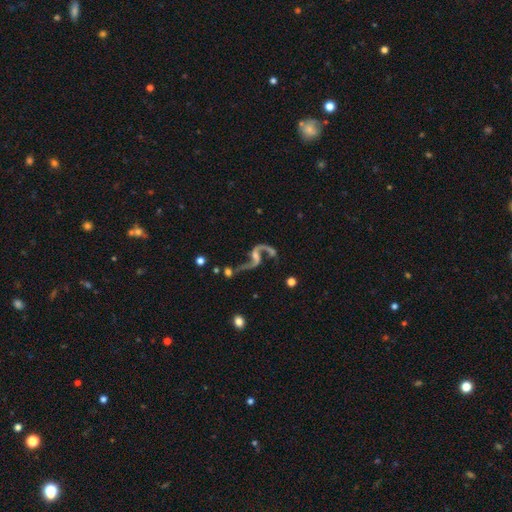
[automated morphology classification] smooth-or-featured: featured or disk: 89% | star or artifact: 6% | smooth: 5%
  disk-edge-on: no: 96% | yes: 4%
    bar: no: 42% | weak: 41% | strong: 17%
    has-spiral-arms: yes: 95% | no: 5%
      spiral-winding: loose: 90% | medium: 8% | tight: 2%
      spiral-arm-count: 2: 91% | 1: 5% | can't tell: 1% | 3: 1% | 4: 1% | more than 4: 1%
    bulge-size: small: 41% | none: 29% | moderate: 24% | large: 4% | dominant: 2%
  merging: none: 49% | major disturbance: 17% | merger: 17% | minor disturbance: 16%